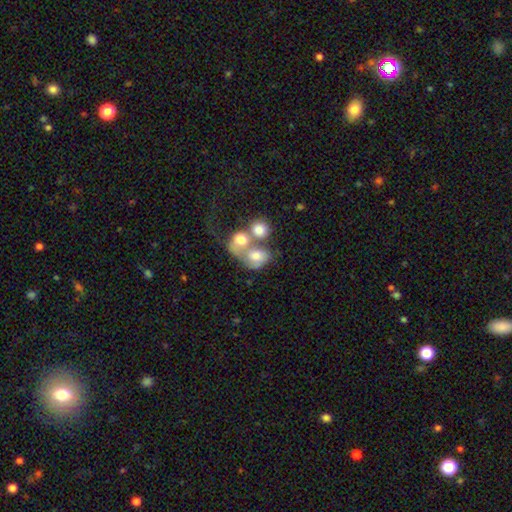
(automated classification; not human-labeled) Smooth or featured? smooth (58%)
How rounded? round (54%)
Merging? merger (68%)